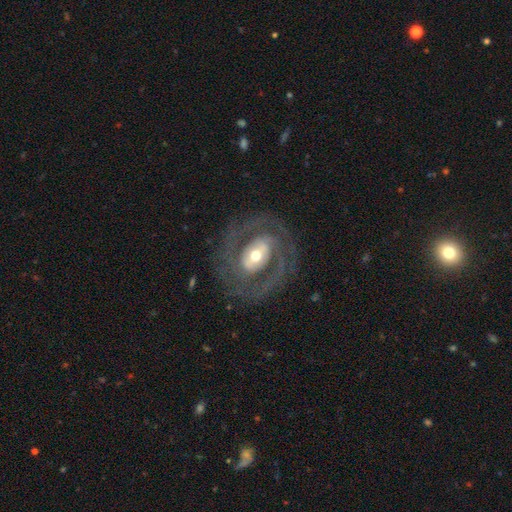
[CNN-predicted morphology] This is clearly a featured or disk galaxy (85%). It is clearly not viewed edge-on (96%). Bar: marginally weak (38%). Spiral arm pattern: clearly yes (89%). Spiral arm count: likely 2 (65%). Spiral winding: possibly tight (49%). Central bulge: likely moderate (63%). Merging: likely none (74%).